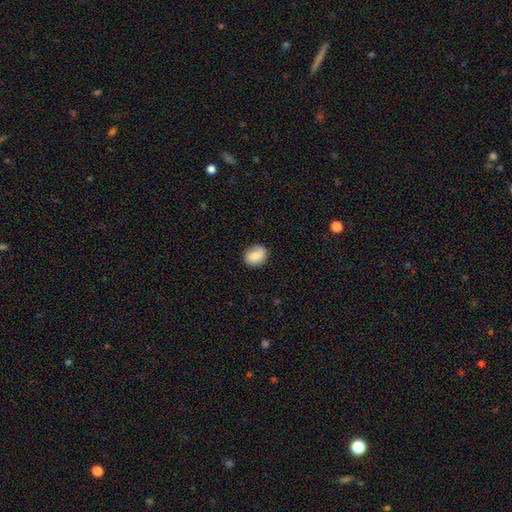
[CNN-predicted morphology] Smooth or featured? smooth (78%)
How rounded? round (52%)
Merging? none (80%)